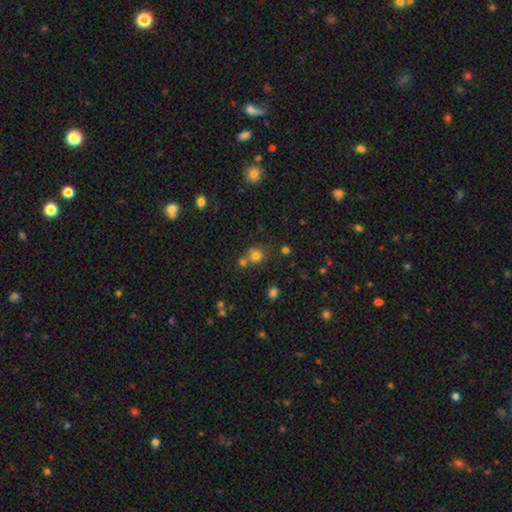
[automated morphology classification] This is likely a smooth galaxy (73%). How rounded: clearly round (85%). Merging: possibly none (58%).